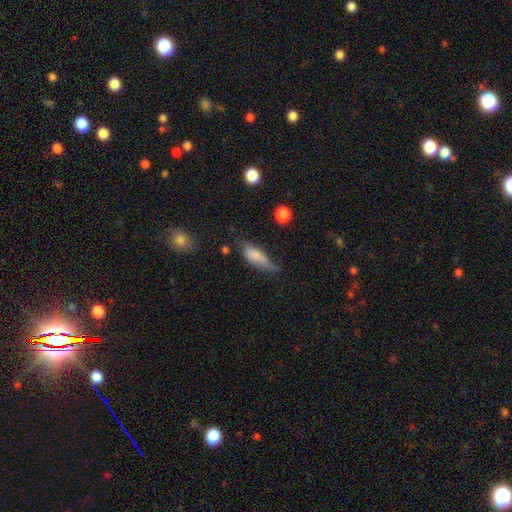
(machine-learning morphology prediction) Smooth or featured: smooth — 70% (featured or disk — 22%)
How rounded: in between — 62% (cigar-shaped — 35%)
Merging: minor disturbance — 40% (none — 33%)